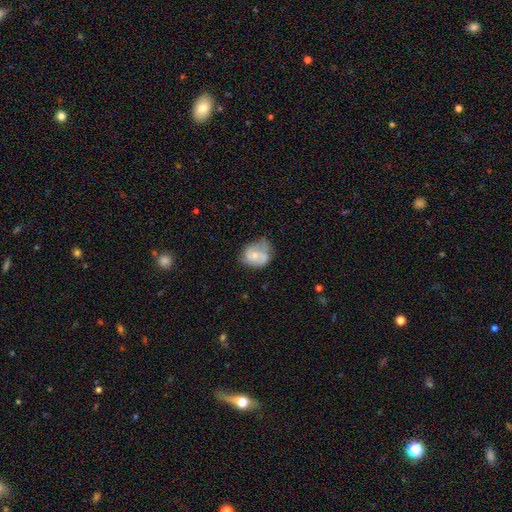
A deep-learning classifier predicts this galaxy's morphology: A smooth galaxy with no disk features (52%) that is round (51%).

Vote fractions:
- Smooth or featured? smooth: 52% / featured or disk: 41% / star or artifact: 8%
- How rounded? round: 51% / in between: 48% / cigar-shaped: 1%
- Merging? none: 41% / minor disturbance: 37% / major disturbance: 16% / merger: 6%